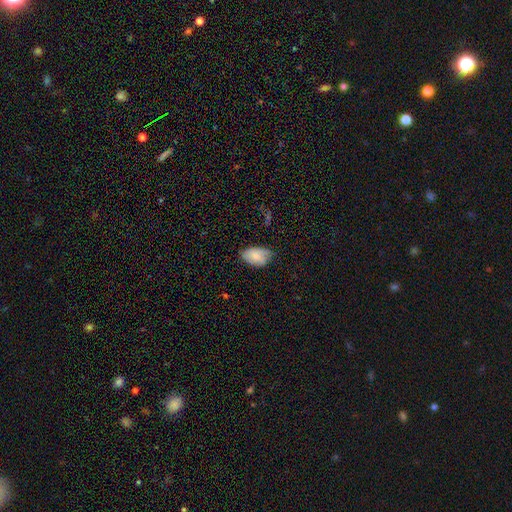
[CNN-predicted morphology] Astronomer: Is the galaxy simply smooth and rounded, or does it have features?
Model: smooth — 73%.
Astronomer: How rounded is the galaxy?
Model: in between — 91%.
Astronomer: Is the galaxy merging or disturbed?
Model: none — 64%.